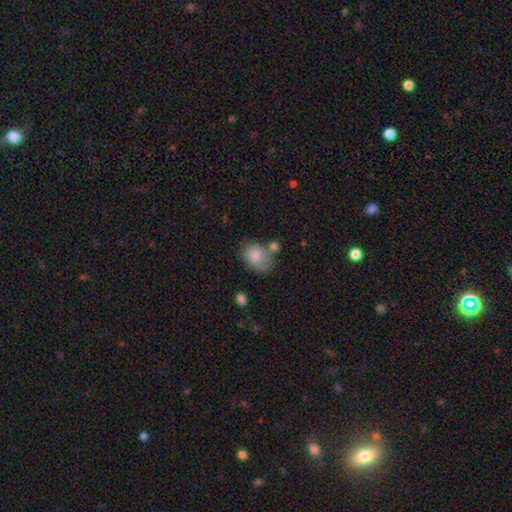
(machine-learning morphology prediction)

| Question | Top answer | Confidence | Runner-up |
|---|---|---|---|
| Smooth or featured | smooth | 82% | featured or disk (11%) |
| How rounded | in between | 73% | round (26%) |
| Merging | none | 49% | minor disturbance (25%) |